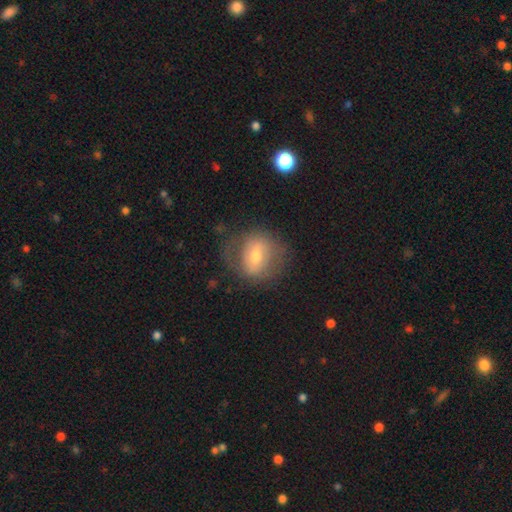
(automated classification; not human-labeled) This is possibly a smooth galaxy (46%). Merging: likely none (66%).